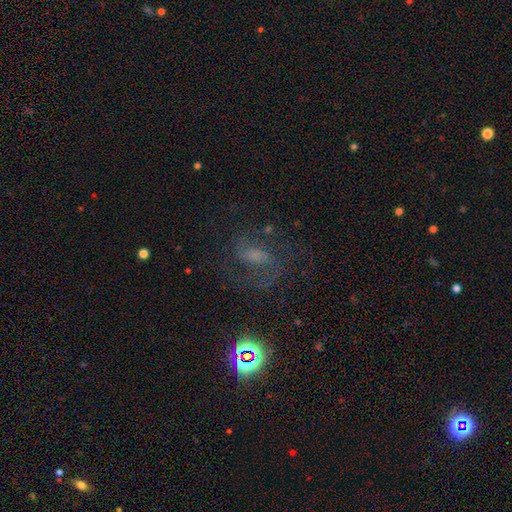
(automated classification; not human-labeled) Smooth or featured: featured or disk — 65% (star or artifact — 20%)
Edge-on disk: no — 96% (yes — 4%)
Bar: weak — 50% (no — 29%)
Spiral arms: yes — 91% (no — 9%)
Spiral winding: medium — 54% (loose — 27%)
Spiral arm count: 2 — 78% (can't tell — 10%)
Bulge size: moderate — 32% (tied with small — 32%)
Merging: none — 65% (major disturbance — 17%)